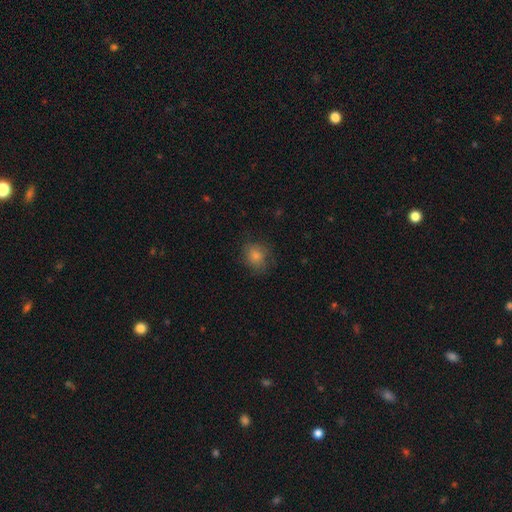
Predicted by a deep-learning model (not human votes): Morphology: type=smooth (80%); roundness=round (71%); merging=none (72%).